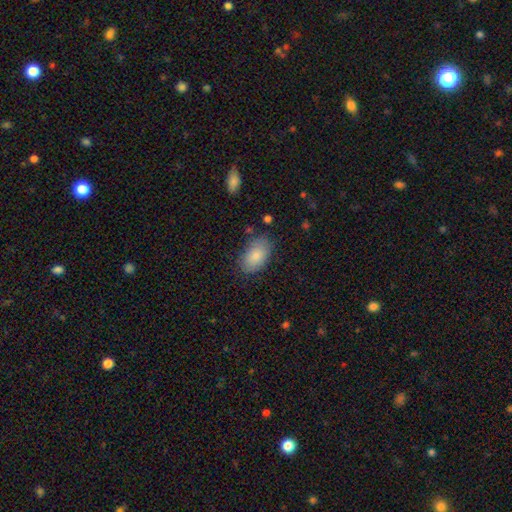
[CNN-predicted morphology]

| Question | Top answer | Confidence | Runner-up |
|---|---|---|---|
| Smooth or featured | smooth | 85% | featured or disk (9%) |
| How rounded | in between | 93% | round (6%) |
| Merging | none | 79% | minor disturbance (15%) |